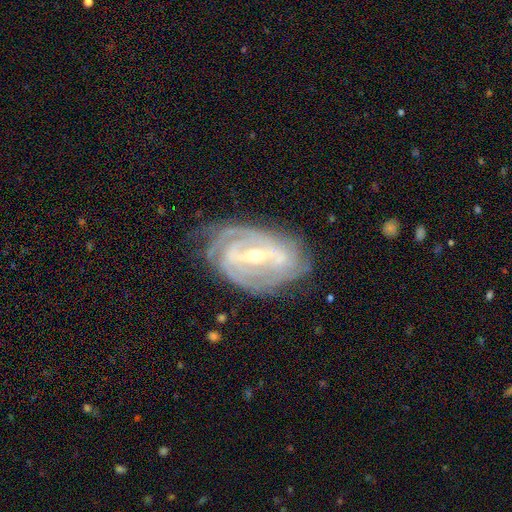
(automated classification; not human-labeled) A featured or disk galaxy (90%) with a strong bar (68%), 2 (34%) tight (68%) spiral arms (95%) and a small central bulge (53%). Merging: none (71%).